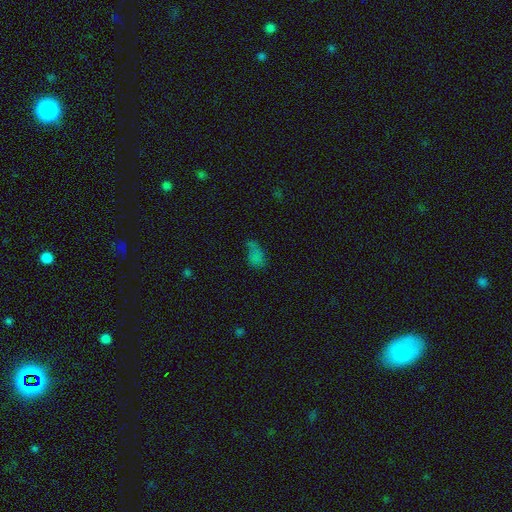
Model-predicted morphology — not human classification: A smooth galaxy with no disk features (66%) that is in between round and cigar-shaped (86%).

Vote fractions:
- Smooth or featured? smooth: 66% / star or artifact: 21% / featured or disk: 13%
- How rounded? in between: 86% / round: 10% / cigar-shaped: 4%
- Merging? none: 36% / major disturbance: 27% / minor disturbance: 24% / merger: 13%